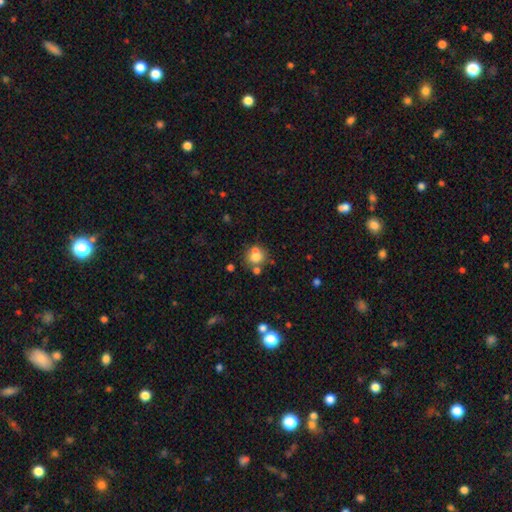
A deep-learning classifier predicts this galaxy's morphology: Smooth or featured? Predicted: smooth (p=0.72). How rounded? Predicted: round (p=0.78). Merging? Predicted: none (p=0.48).